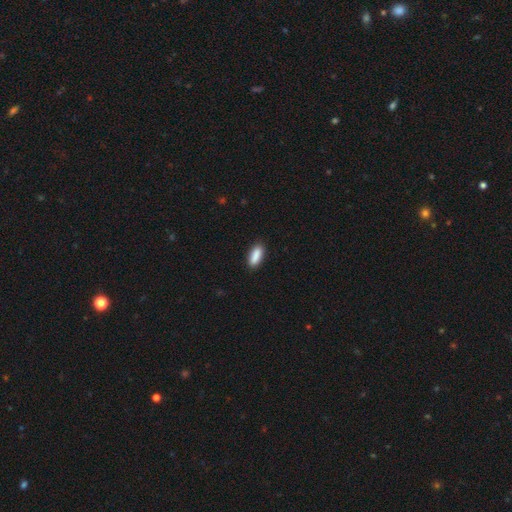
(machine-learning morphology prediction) A smooth galaxy with no disk features (89%) that is in between round and cigar-shaped (74%).

Vote fractions:
- Smooth or featured? smooth: 89% / star or artifact: 6% / featured or disk: 4%
- How rounded? in between: 74% / cigar-shaped: 24% / round: 2%
- Merging? none: 88% / minor disturbance: 9% / major disturbance: 2% / merger: 1%